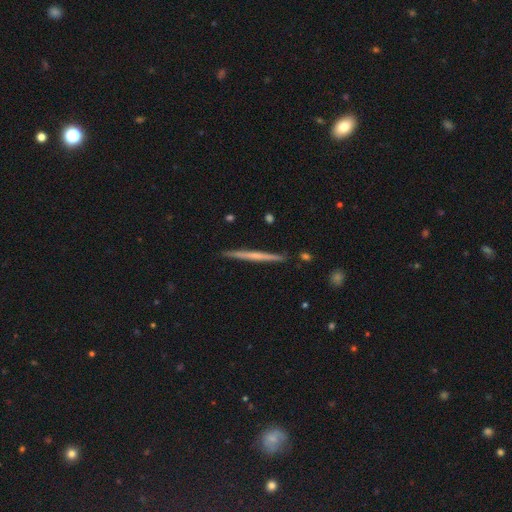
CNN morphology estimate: smooth_or_featured: featured or disk (p=0.57) [alt: smooth p=0.38]
disk_edge_on: yes (p=0.98) [alt: no p=0.02]
edge_on_bulge: none (p=0.77) [alt: rounded p=0.18]
merging: none (p=0.91) [alt: minor disturbance p=0.06]